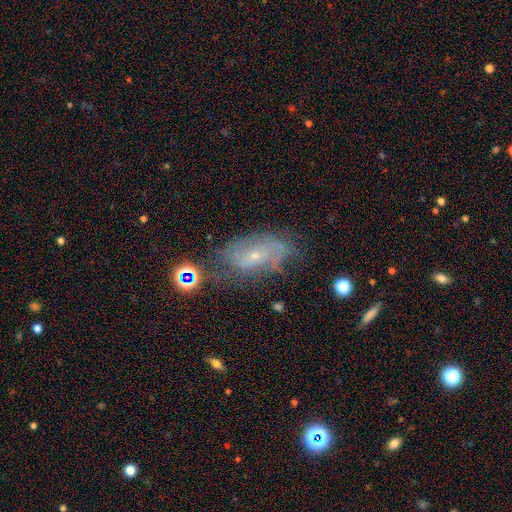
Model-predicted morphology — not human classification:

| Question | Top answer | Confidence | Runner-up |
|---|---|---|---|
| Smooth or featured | featured or disk | 66% | smooth (21%) |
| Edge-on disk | no | 93% | yes (7%) |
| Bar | no | 59% | weak (33%) |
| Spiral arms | yes | 82% | no (18%) |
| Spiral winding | tight | 41% | medium (38%) |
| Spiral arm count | can't tell | 47% | 2 (32%) |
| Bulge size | small | 76% | moderate (20%) |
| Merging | none | 57% | minor disturbance (24%) |